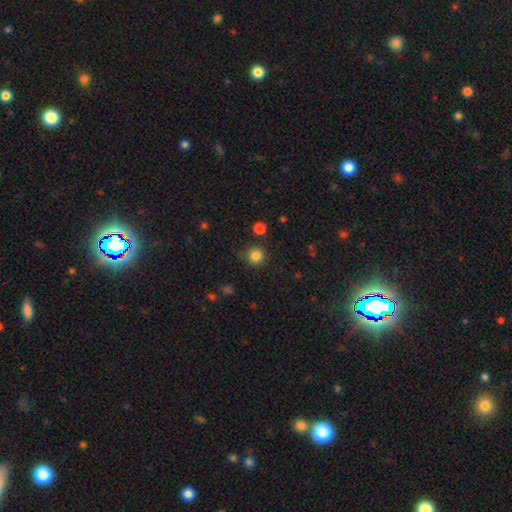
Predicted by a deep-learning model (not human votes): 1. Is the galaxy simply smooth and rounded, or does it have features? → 83% smooth, 12% star or artifact, 4% featured or disk.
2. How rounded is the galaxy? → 94% round, 5% in between, 1% cigar-shaped.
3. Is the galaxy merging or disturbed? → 87% none, 7% minor disturbance, 3% merger, 3% major disturbance.